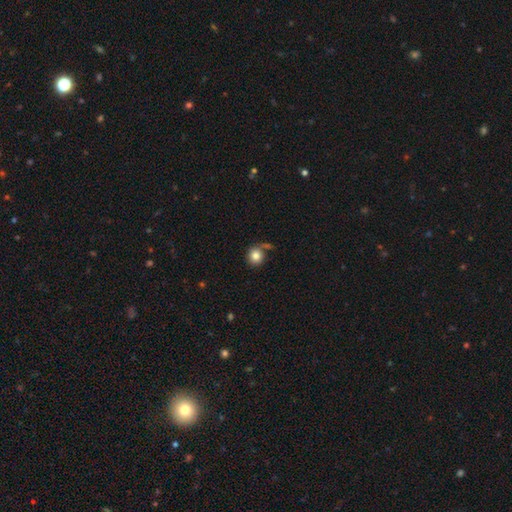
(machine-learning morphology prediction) Smooth or featured? Predicted: smooth (p=0.83). How rounded? Predicted: round (p=0.87). Merging? Predicted: none (p=0.65).